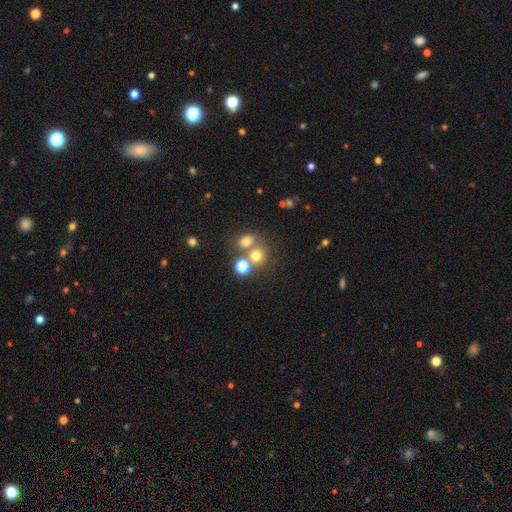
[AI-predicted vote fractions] Overall: smooth (68%). How rounded: round (81%). Merging: none (55%; merger 32%).